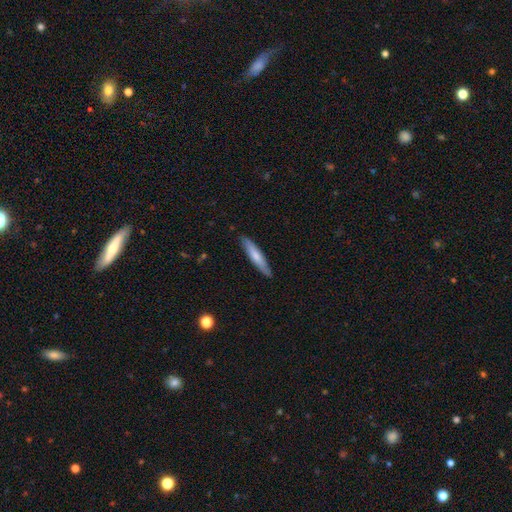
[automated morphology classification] Smooth or featured? smooth (66%)
How rounded? cigar-shaped (88%)
Merging? none (87%)